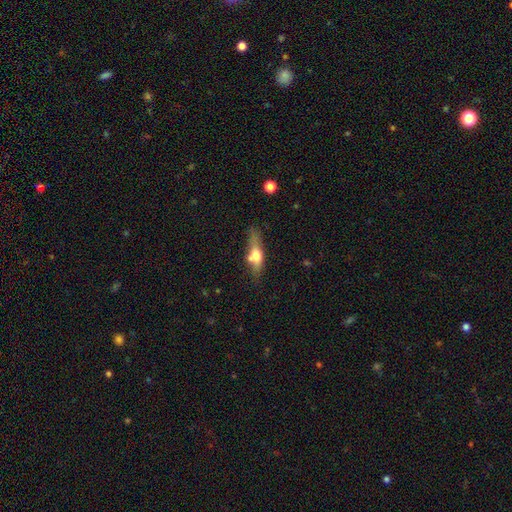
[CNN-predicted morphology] This appears to be a smooth galaxy with no disk features (50%) that is cigar-shaped (53%). Merging: none (56%).